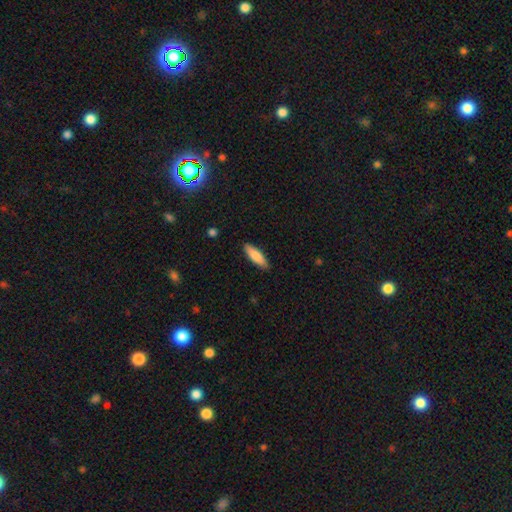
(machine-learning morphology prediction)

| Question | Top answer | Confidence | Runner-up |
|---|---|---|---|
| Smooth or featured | smooth | 84% | featured or disk (10%) |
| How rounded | cigar-shaped | 52% | in between (47%) |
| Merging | none | 87% | minor disturbance (10%) |